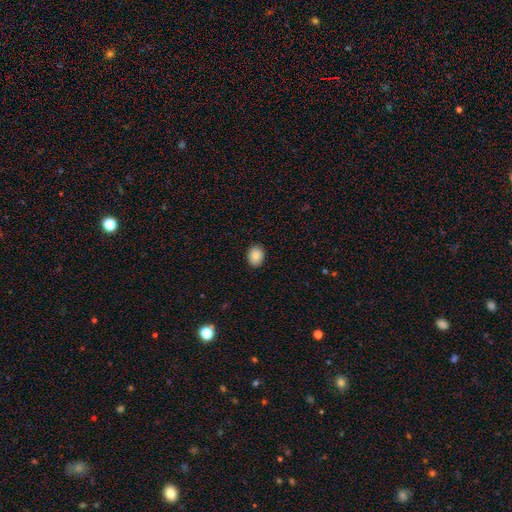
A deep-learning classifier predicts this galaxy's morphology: Smooth or featured? smooth (86%)
How rounded? round (50%)
Merging? none (90%)